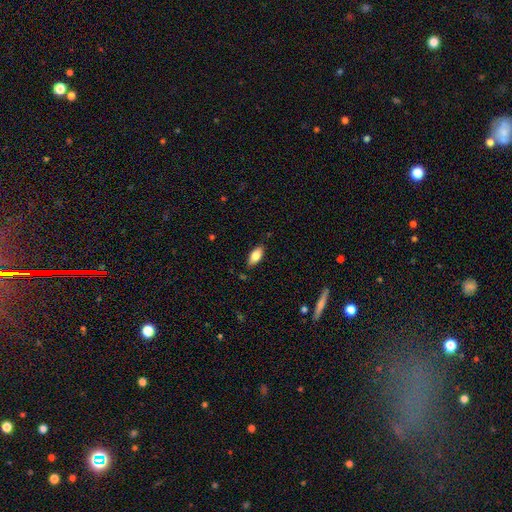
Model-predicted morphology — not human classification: A smooth galaxy with no disk features (79%) that is in between round and cigar-shaped (86%).

Vote fractions:
- Smooth or featured? smooth: 79% / featured or disk: 14% / star or artifact: 7%
- How rounded? in between: 86% / cigar-shaped: 11% / round: 2%
- Merging? none: 84% / minor disturbance: 12% / major disturbance: 2% / merger: 1%